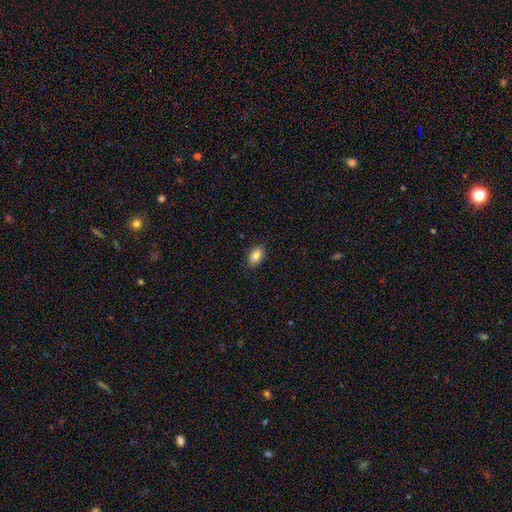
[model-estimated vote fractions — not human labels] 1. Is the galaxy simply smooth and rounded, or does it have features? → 84% smooth, 8% star or artifact, 7% featured or disk.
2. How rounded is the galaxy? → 90% in between, 6% round, 4% cigar-shaped.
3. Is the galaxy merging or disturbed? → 84% none, 13% minor disturbance, 2% major disturbance, 1% merger.